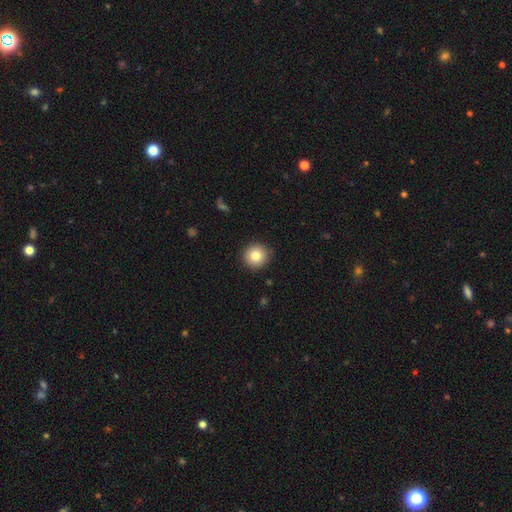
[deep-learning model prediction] smooth-or-featured: smooth: 82% | star or artifact: 10% | featured or disk: 8%
  how-rounded: round: 95% | in between: 4% | cigar-shaped: 1%
  merging: none: 91% | minor disturbance: 6% | major disturbance: 2% | merger: 1%